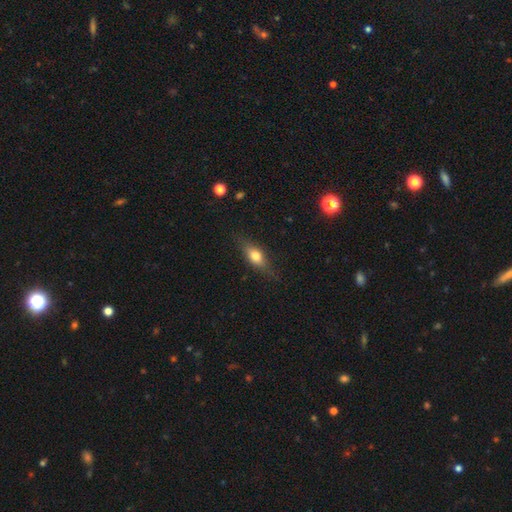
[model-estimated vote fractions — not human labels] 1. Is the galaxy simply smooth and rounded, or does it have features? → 61% smooth, 31% featured or disk, 8% star or artifact.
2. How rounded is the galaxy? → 62% in between, 29% cigar-shaped, 8% round.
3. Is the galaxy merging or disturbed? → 77% none, 17% minor disturbance, 4% major disturbance, 1% merger.